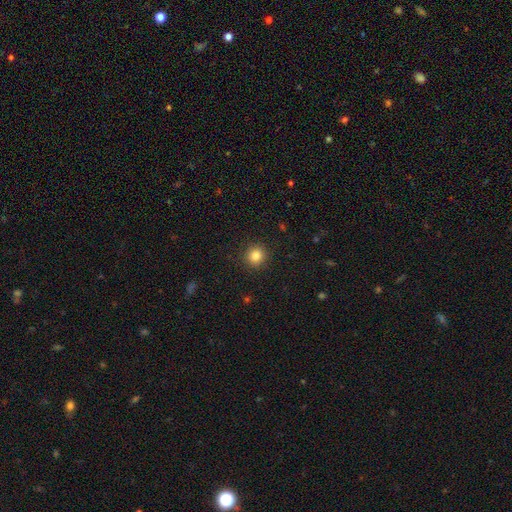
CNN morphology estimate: A smooth galaxy with no disk features (83%) that is round (92%). Merging: none (91%).